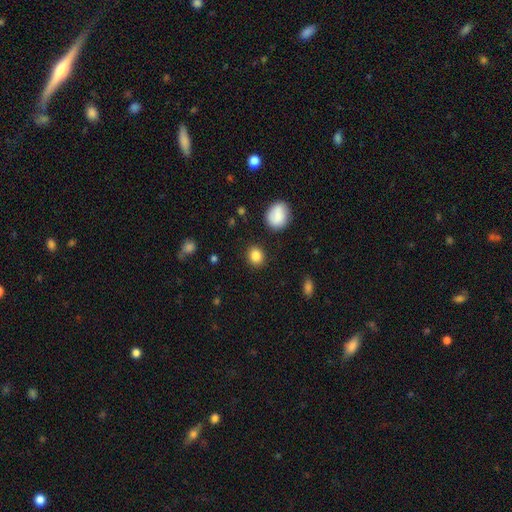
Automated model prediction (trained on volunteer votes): Smooth or featured?
  - smooth: 85% *
  - star or artifact: 10%
  - featured or disk: 5%
How rounded?
  - round: 77% *
  - in between: 22%
  - cigar-shaped: 1%
Merging?
  - none: 88% *
  - minor disturbance: 7%
  - major disturbance: 3%
  - merger: 2%